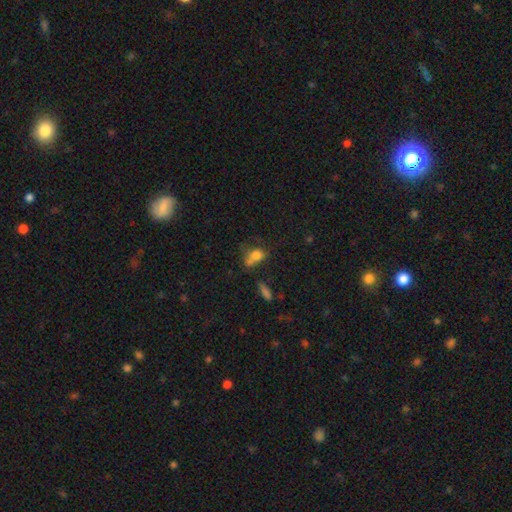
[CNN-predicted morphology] This appears to be a smooth galaxy with no disk features (75%) that is in between round and cigar-shaped (59%). Merging: none (38%).